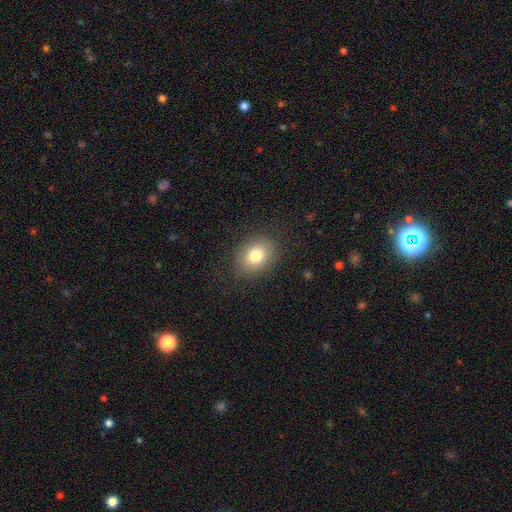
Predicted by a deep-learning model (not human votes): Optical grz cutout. It shows a smooth galaxy with no disk features (79%) that is in between round and cigar-shaped (59%). Merging: none (86%).